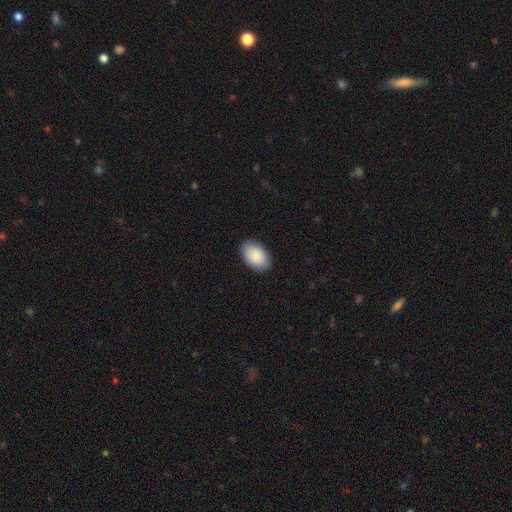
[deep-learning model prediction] Overall: smooth (88%). How rounded: in between (92%). Merging: none (87%).